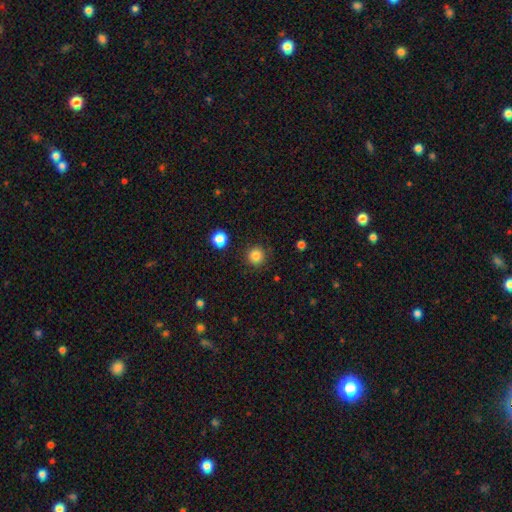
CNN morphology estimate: Q: Smooth or featured?
A: smooth (84%); runner-up: star or artifact (11%)
Q: How rounded?
A: round (95%); runner-up: in between (4%)
Q: Merging?
A: none (89%); runner-up: minor disturbance (7%)